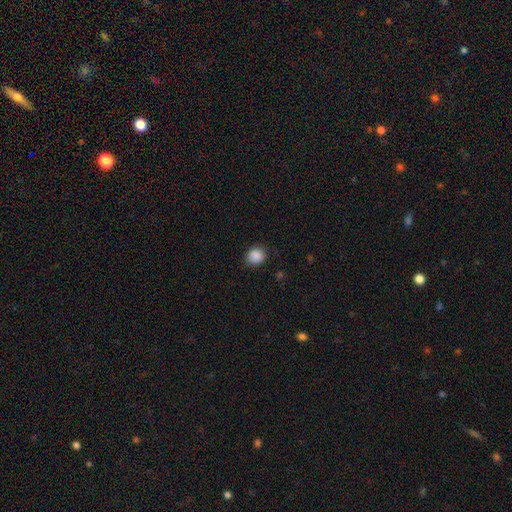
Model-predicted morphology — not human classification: Smooth or featured: smooth — 88% (star or artifact — 9%)
How rounded: round — 78% (in between — 21%)
Merging: none — 84% (minor disturbance — 12%)